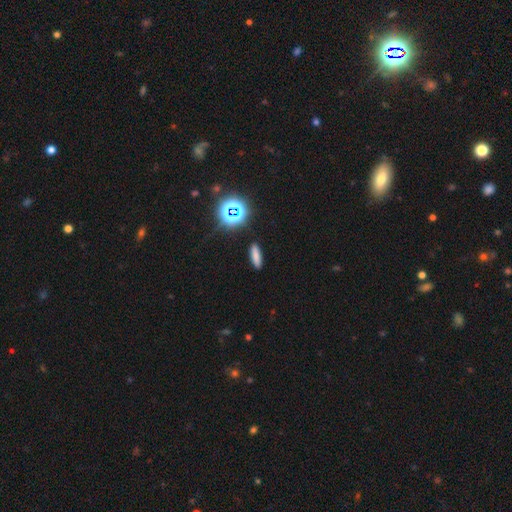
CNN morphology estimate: A smooth galaxy with no disk features (74%) that is cigar-shaped (62%). Merging: none (89%).